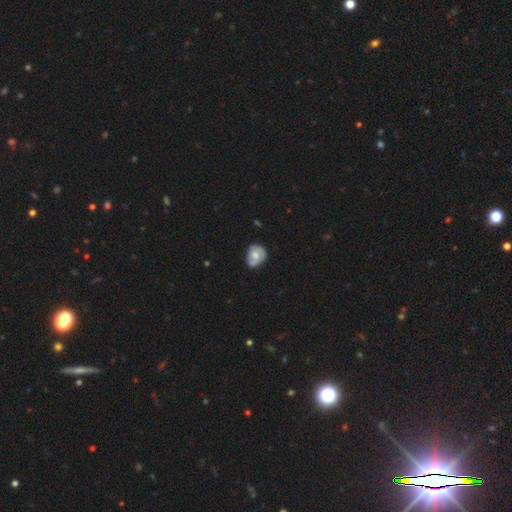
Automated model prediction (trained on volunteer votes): Smooth or featured? featured or disk (51%)
Edge-on disk? no (97%)
Merging? none (59%)